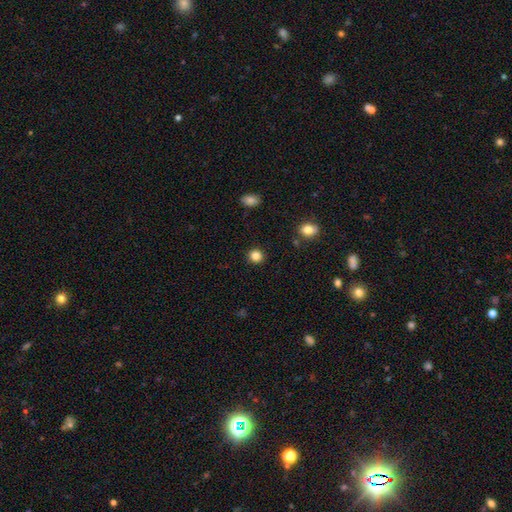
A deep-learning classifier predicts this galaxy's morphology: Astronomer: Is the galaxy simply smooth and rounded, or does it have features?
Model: smooth — 85%.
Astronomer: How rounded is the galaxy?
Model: round — 91%.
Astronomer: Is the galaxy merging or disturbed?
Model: none — 91%.